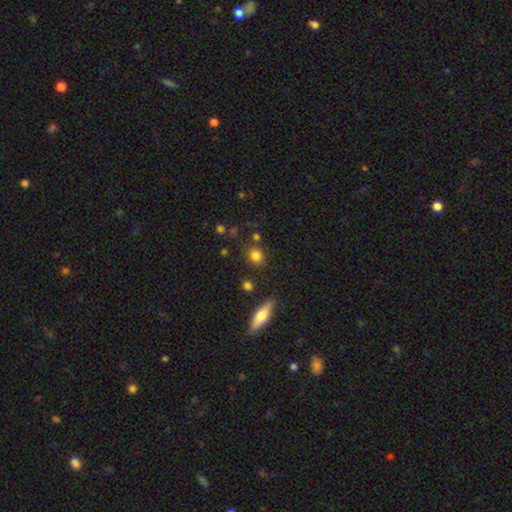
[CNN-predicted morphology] This appears to be a smooth galaxy with no disk features (83%) that is round (56%). Merging: none (78%).